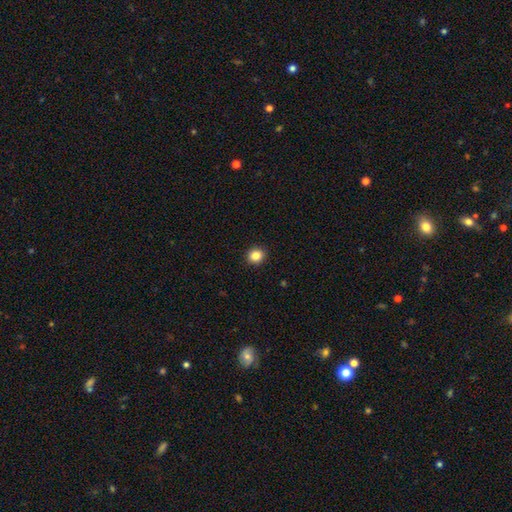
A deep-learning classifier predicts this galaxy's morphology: This appears to be a smooth galaxy with no disk features (85%) that is round (84%). Merging: none (92%).